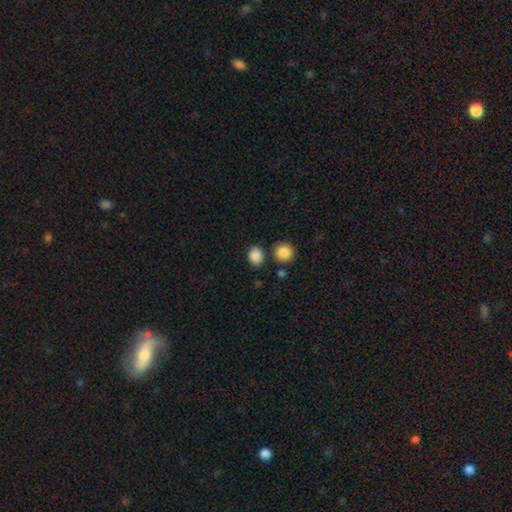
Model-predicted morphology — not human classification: smooth 87%, star or artifact 10%, featured or disk 3%. Down the decision tree: how rounded — round (58%); merging — none (78%).